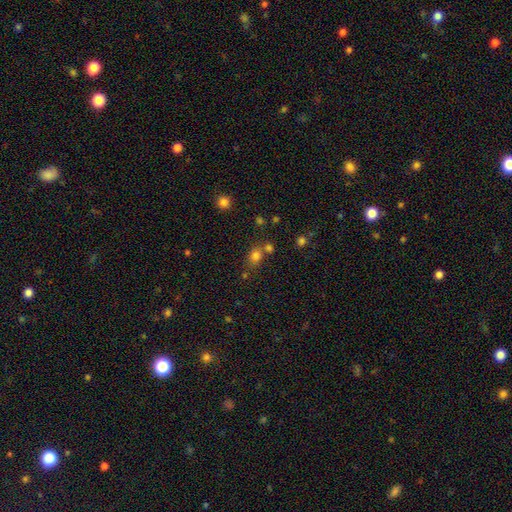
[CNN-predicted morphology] smooth 77%, star or artifact 16%, featured or disk 7%. Down the decision tree: how rounded — round (53%); merging — none (60%).